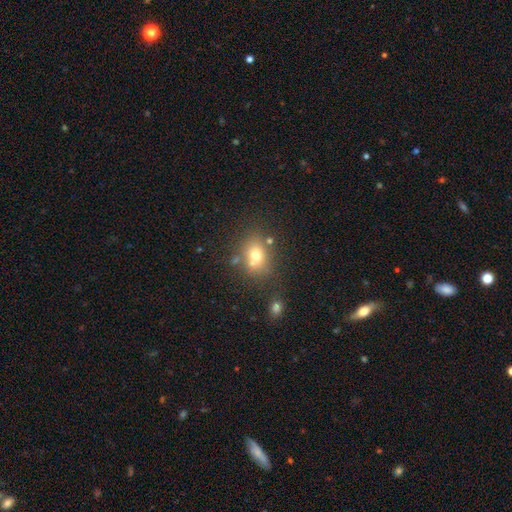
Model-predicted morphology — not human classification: smooth_or_featured: smooth (p=0.70) [alt: featured or disk p=0.16]
how_rounded: round (p=0.53) [alt: in between p=0.46]
merging: none (p=0.63) [alt: merger p=0.17]